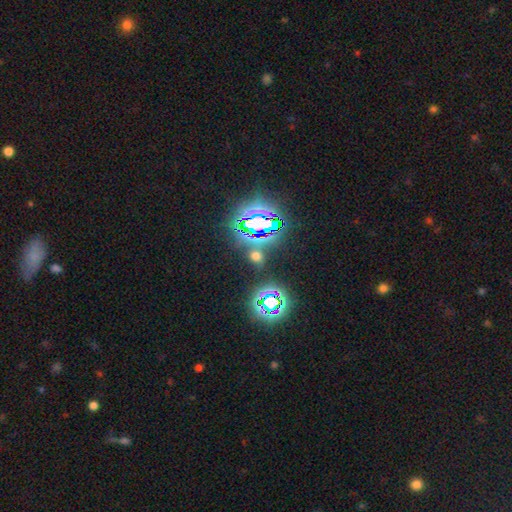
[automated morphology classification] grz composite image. It shows a star or artifact, not a galaxy (60%).